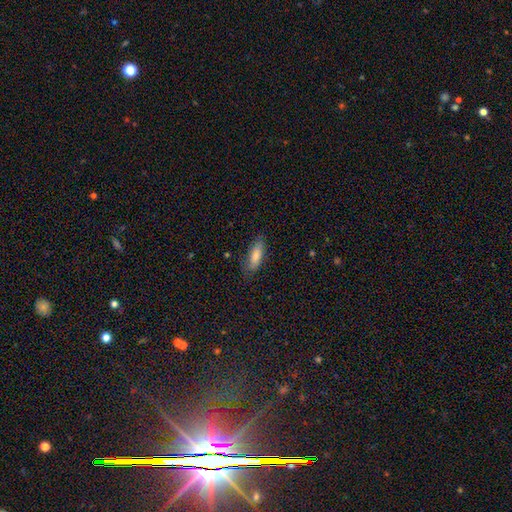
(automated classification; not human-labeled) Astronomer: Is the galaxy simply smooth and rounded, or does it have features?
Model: smooth — 71%.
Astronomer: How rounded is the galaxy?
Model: in between — 59% (runner-up: cigar-shaped, 39%).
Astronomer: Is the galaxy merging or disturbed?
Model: none — 78%.